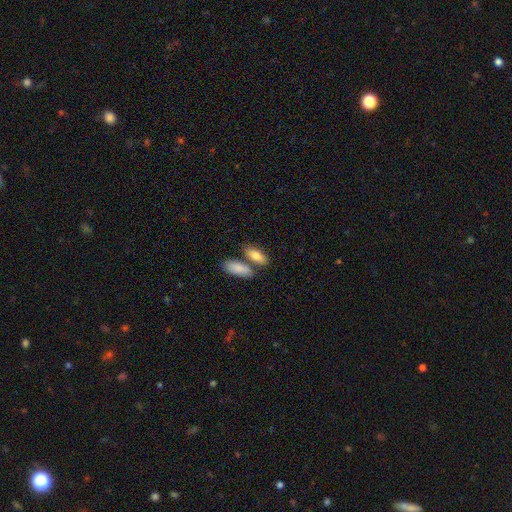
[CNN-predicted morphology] A smooth galaxy with no disk features (82%) that is in between round and cigar-shaped (78%). Merging: none (56%).